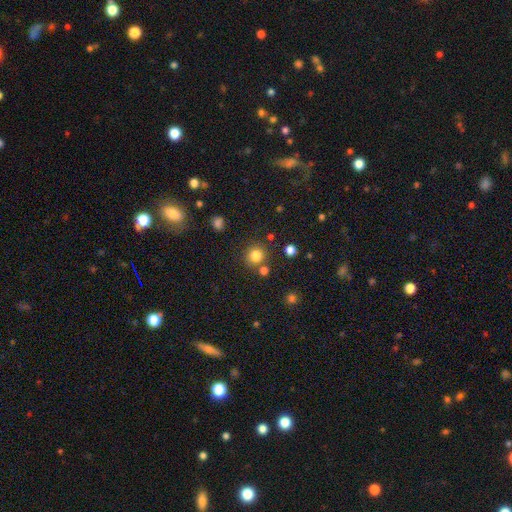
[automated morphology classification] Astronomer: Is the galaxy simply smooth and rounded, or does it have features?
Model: smooth — 81%.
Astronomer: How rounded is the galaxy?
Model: round — 92%.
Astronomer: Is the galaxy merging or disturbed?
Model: none — 80%.